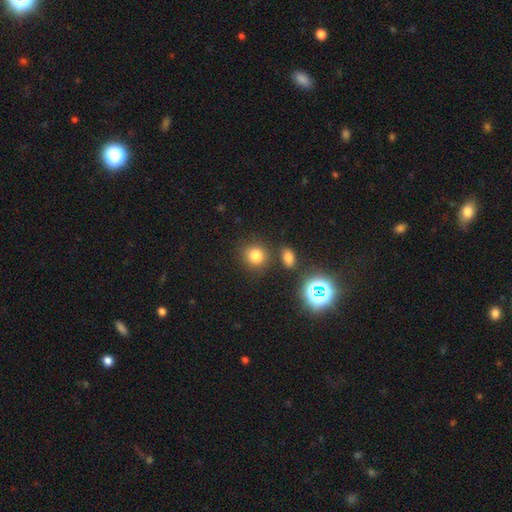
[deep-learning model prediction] A smooth galaxy with no disk features (77%) that is round (83%). Merging: none (78%).